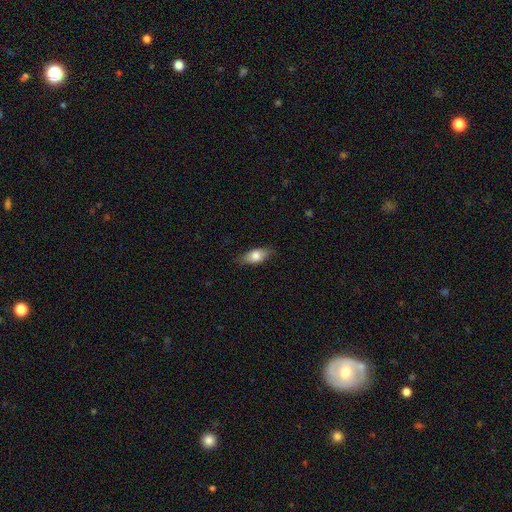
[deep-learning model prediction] Smooth or featured: smooth — 75% (featured or disk — 18%)
How rounded: in between — 84% (cigar-shaped — 12%)
Merging: none — 82% (minor disturbance — 15%)